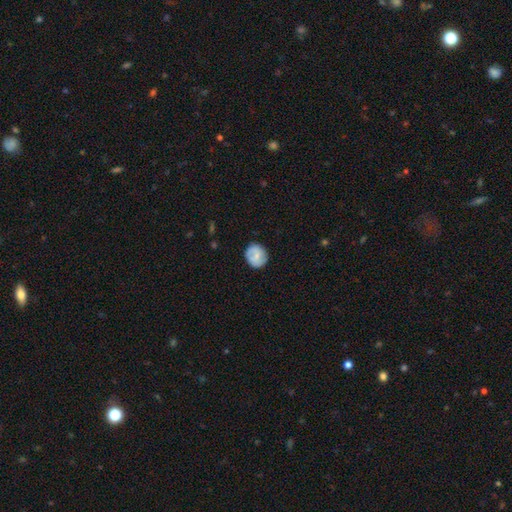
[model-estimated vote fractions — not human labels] The model was most divided on "smooth or featured": smooth: 62%, featured or disk: 31%, star or artifact: 7%. More confident: merging — none (83%); how rounded — round (83%).